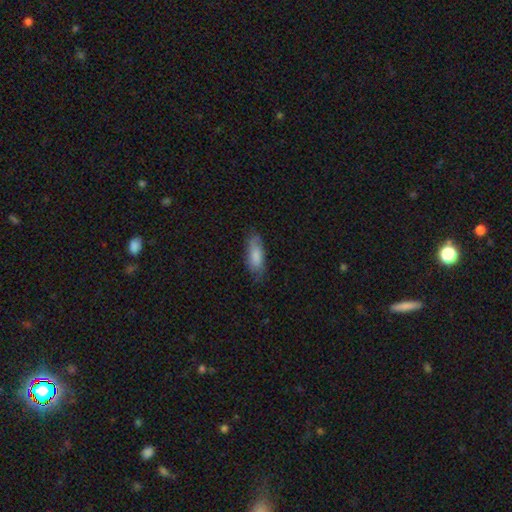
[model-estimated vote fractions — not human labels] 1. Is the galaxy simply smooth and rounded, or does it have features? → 79% smooth, 15% featured or disk, 6% star or artifact.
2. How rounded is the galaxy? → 73% in between, 25% cigar-shaped, 2% round.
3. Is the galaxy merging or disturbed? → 68% none, 25% minor disturbance, 6% major disturbance, 1% merger.